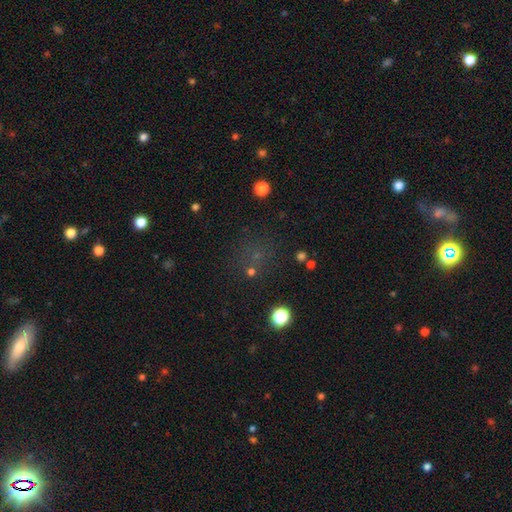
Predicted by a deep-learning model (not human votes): This is possibly a star or artifact rather than a galaxy (48%).